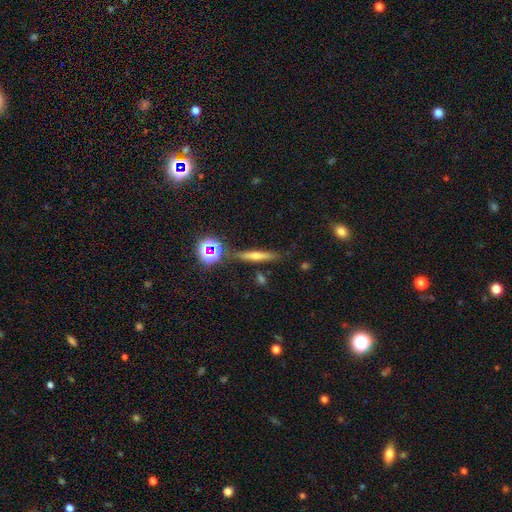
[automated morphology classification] smooth_or_featured: featured or disk (p=0.43) [alt: smooth p=0.38]
merging: none (p=0.83) [alt: minor disturbance p=0.10]